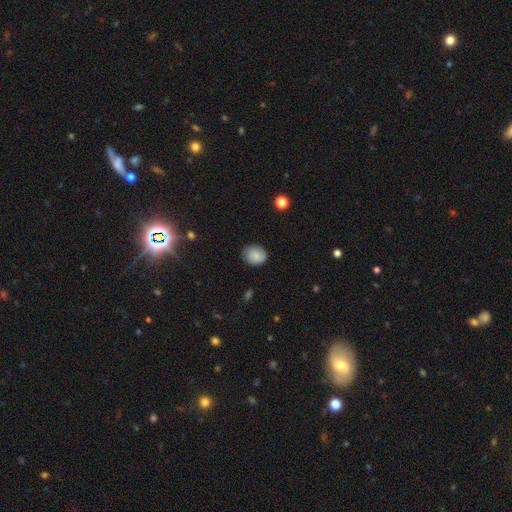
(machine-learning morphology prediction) A smooth galaxy with no disk features (83%) that is round (58%). Merging: none (79%).